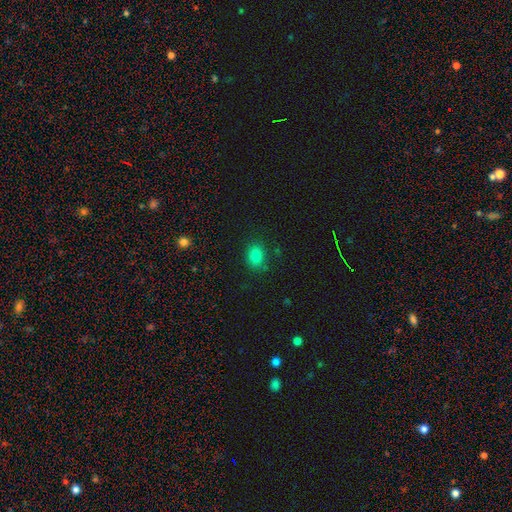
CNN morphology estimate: Overall: smooth (82%). How rounded: in between (69%; round 30%). Merging: none (81%).